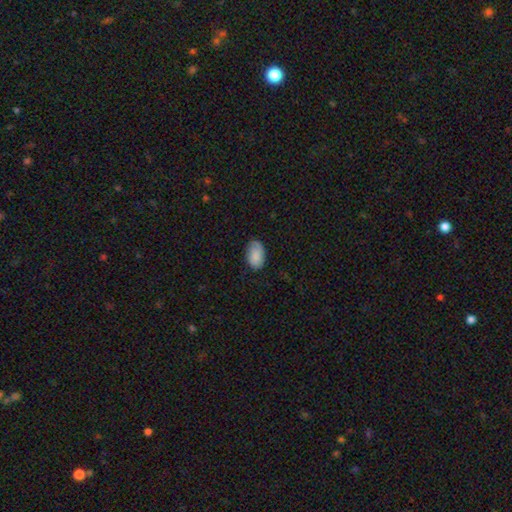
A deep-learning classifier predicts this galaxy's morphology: Smooth or featured?
  - smooth: 85% *
  - featured or disk: 9%
  - star or artifact: 7%
How rounded?
  - in between: 92% *
  - round: 7%
  - cigar-shaped: 1%
Merging?
  - none: 74% *
  - minor disturbance: 21%
  - major disturbance: 4%
  - merger: 1%